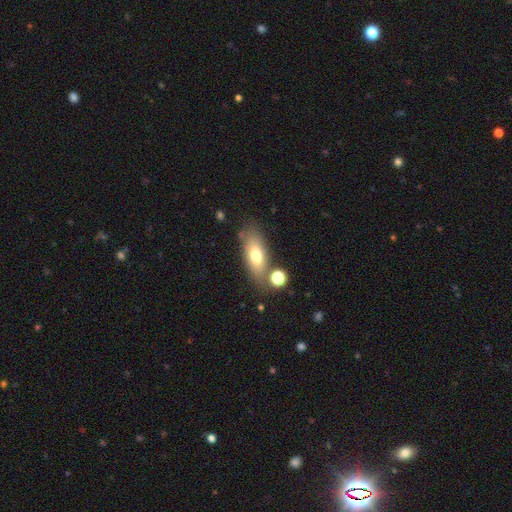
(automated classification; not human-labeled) Smooth or featured: smooth — 69% (featured or disk — 22%)
How rounded: in between — 76% (cigar-shaped — 18%)
Merging: none — 71% (minor disturbance — 14%)